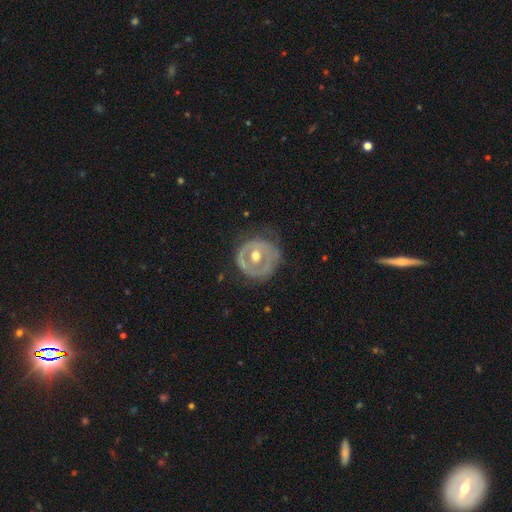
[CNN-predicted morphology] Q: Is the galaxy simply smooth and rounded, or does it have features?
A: featured or disk — 64%.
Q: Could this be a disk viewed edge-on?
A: no — 95%.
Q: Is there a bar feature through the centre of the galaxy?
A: no — 73%.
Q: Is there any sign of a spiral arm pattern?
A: no — 80%.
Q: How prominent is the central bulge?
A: moderate — 78%.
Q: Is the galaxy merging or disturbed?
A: none — 72%.